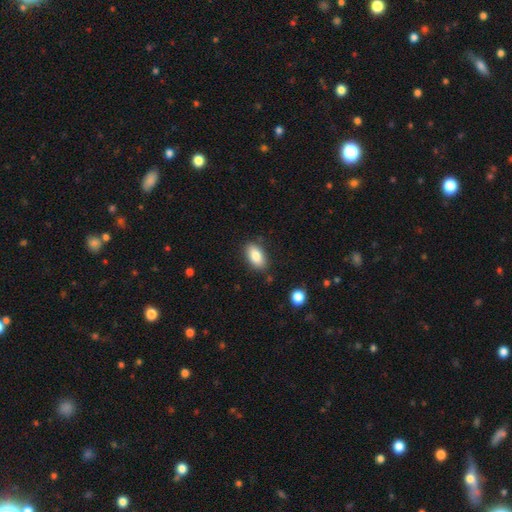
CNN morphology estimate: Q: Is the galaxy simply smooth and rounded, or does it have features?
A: smooth — 85%.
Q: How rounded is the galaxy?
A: in between — 92%.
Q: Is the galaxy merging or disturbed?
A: none — 84%.